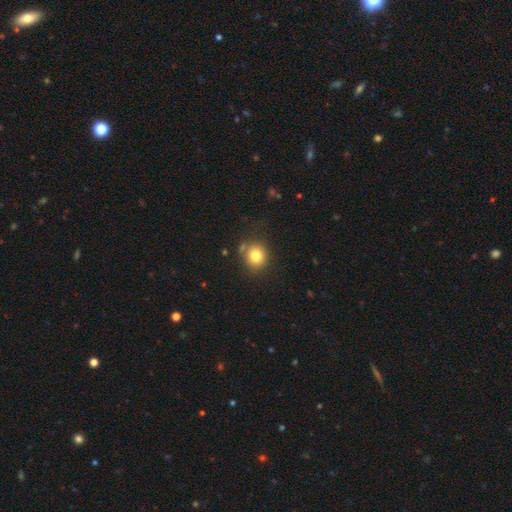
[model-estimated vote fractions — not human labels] Overall: smooth (80%). How rounded: round (83%). Merging: none (78%).